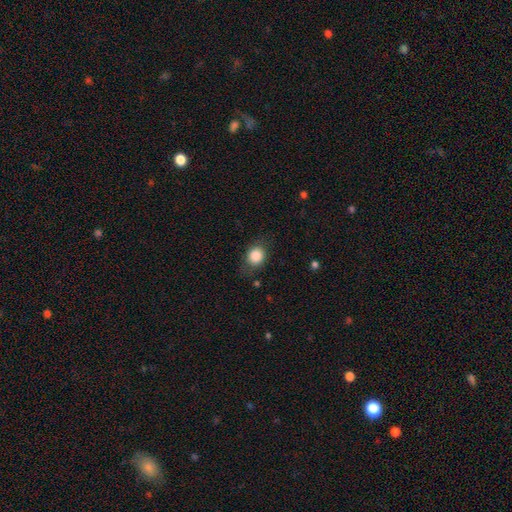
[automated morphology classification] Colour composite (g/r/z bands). It shows a smooth galaxy with no disk features (83%) that is round (63%). Merging: none (74%).